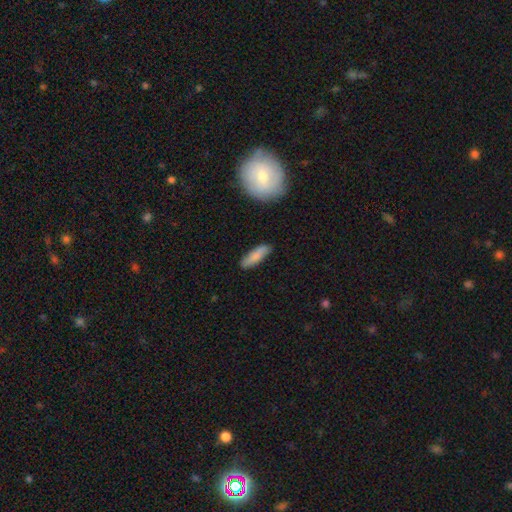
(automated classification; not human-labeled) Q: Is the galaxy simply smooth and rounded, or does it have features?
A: smooth — 82%.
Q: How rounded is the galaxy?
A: cigar-shaped — 53%.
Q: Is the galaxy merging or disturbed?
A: none — 84%.